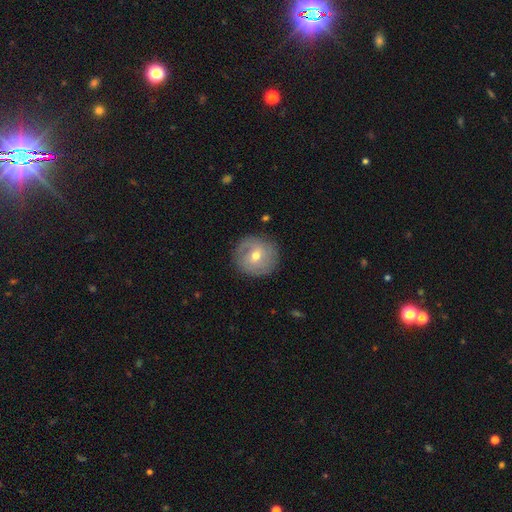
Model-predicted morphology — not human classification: This is possibly a featured or disk galaxy (54%). It is clearly not viewed edge-on (96%). Bar: marginally weak (44%, tied with no). Spiral arm pattern: likely yes (68%). Central bulge: likely moderate (63%). Merging: clearly none (83%).